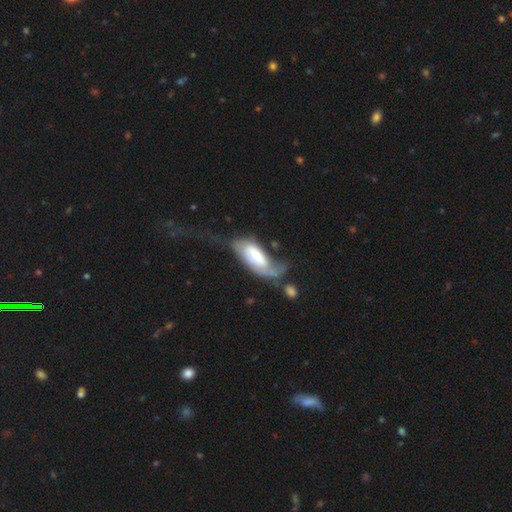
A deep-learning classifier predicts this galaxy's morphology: Overall: featured or disk (60%; smooth 33%). Edge-on disk: no (89%). Bar: no (41%; weak 37%). Spiral arms: yes (76%). Bulge size: moderate (38%; large 26%). Merging: major disturbance (51%; none 19%).